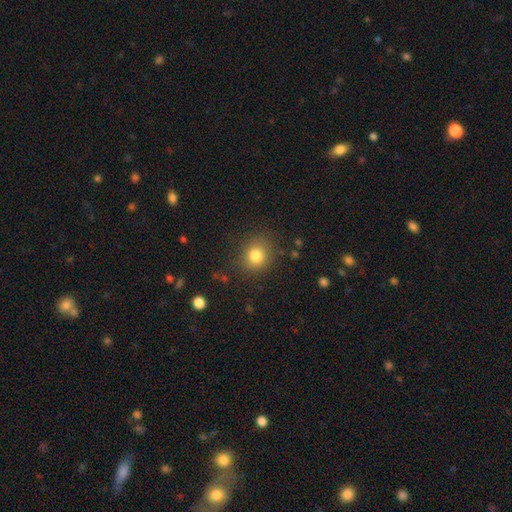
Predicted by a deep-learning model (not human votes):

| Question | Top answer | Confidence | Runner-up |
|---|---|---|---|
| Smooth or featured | smooth | 80% | star or artifact (12%) |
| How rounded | round | 75% | in between (24%) |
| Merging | none | 84% | minor disturbance (11%) |